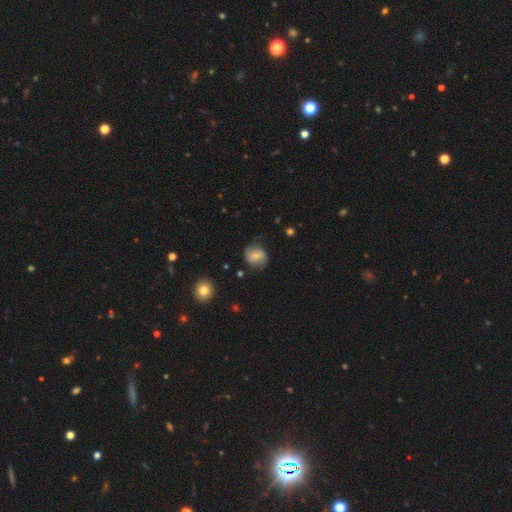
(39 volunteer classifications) smooth_or_featured: smooth (p=0.64) [alt: featured or disk p=0.26]
how_rounded: round (p=0.80) [alt: in between p=0.16]
merging: none (p=0.71) [alt: minor disturbance p=0.23]